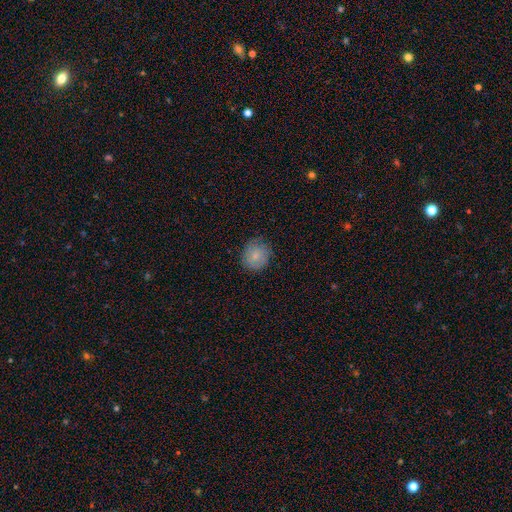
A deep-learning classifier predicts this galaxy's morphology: Smooth or featured: smooth — 79% (featured or disk — 14%)
How rounded: round — 82% (in between — 17%)
Merging: none — 78% (minor disturbance — 17%)